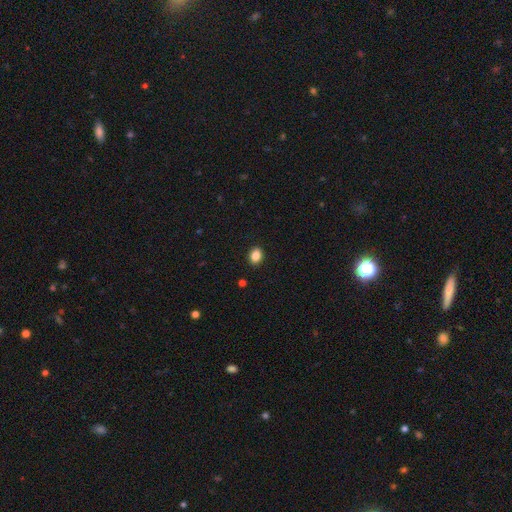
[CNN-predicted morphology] Smooth or featured? smooth (87%)
How rounded? in between (68%)
Merging? none (91%)